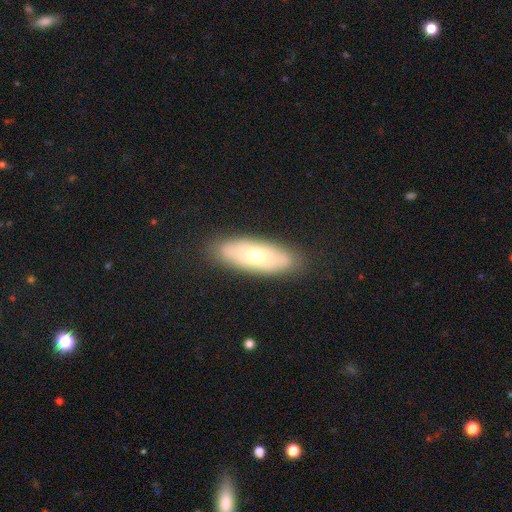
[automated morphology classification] This is possibly a smooth galaxy (58%). How rounded: likely in between (65%). Merging: clearly none (86%).